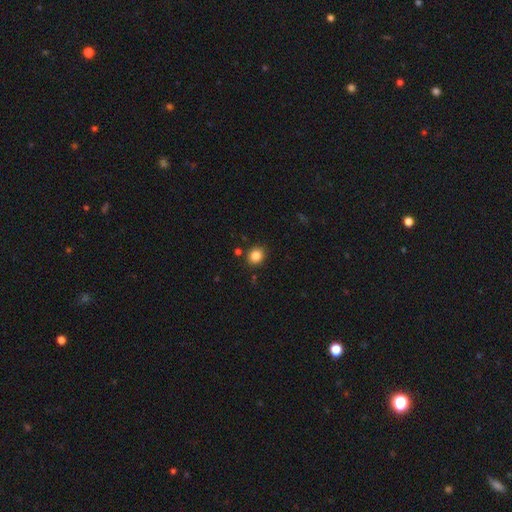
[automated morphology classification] Smooth or featured?
  - smooth: 84% *
  - star or artifact: 11%
  - featured or disk: 5%
How rounded?
  - round: 74% *
  - in between: 25%
  - cigar-shaped: 1%
Merging?
  - none: 87% *
  - minor disturbance: 8%
  - merger: 3%
  - major disturbance: 2%